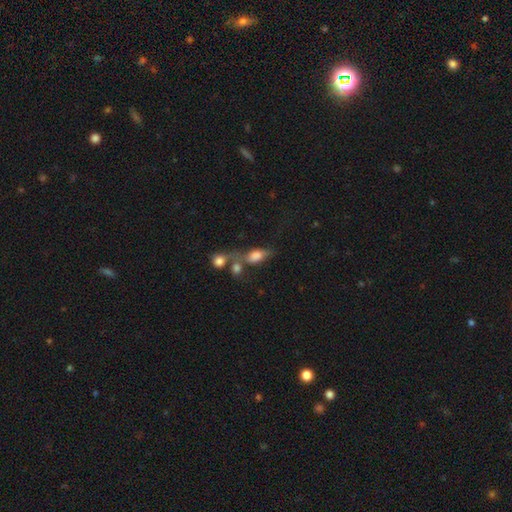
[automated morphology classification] This appears to be a smooth galaxy with no disk features (69%) that is in between round and cigar-shaped (77%). Merging: merger (42%).